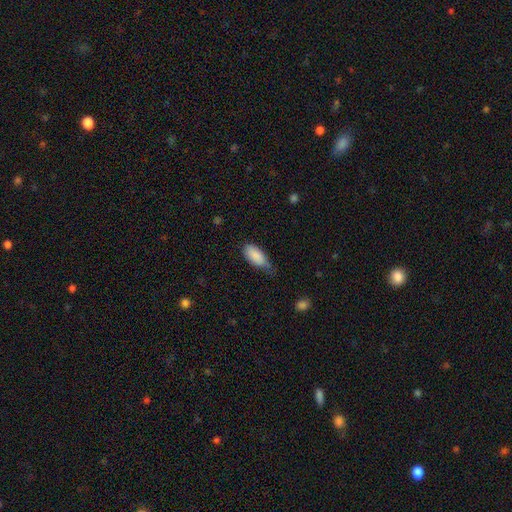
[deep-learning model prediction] Q: Smooth or featured?
A: smooth (87%); runner-up: featured or disk (6%)
Q: How rounded?
A: in between (91%); runner-up: cigar-shaped (7%)
Q: Merging?
A: minor disturbance (46%); runner-up: none (41%)